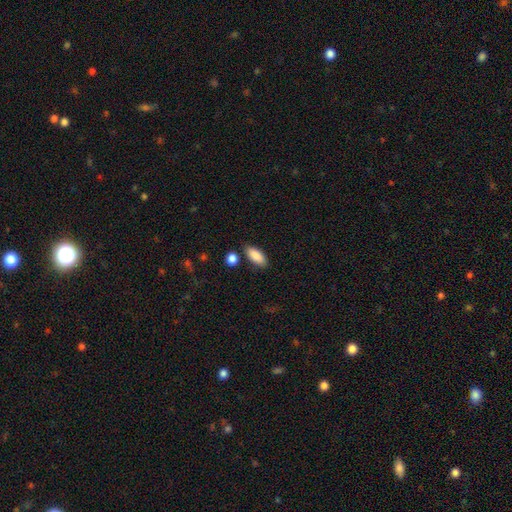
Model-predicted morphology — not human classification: This is clearly a smooth galaxy (88%). How rounded: clearly in between (87%). Merging: clearly none (81%).